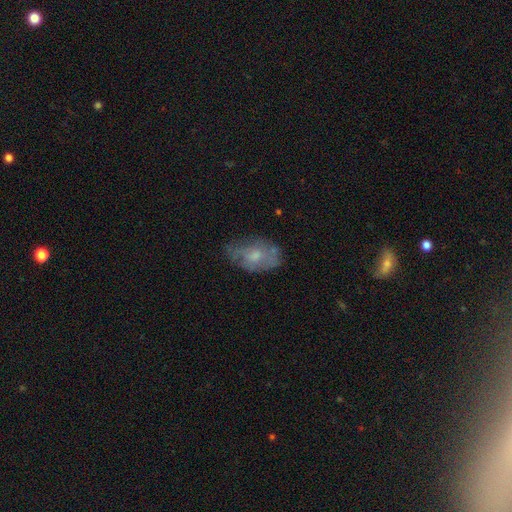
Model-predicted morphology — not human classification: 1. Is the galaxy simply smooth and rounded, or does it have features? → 49% smooth, 43% featured or disk, 8% star or artifact.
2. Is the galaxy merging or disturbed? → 52% none, 31% minor disturbance, 14% major disturbance, 3% merger.